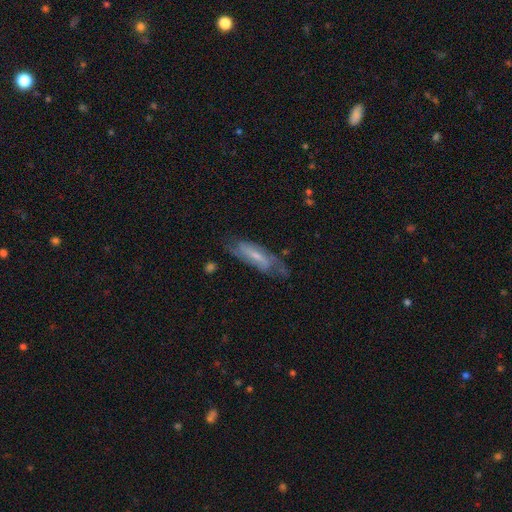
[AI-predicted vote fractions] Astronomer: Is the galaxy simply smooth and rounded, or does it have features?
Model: featured or disk — 69%.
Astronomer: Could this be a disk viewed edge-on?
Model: no — 79%.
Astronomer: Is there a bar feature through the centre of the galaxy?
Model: weak — 44% (runner-up: no, 28%).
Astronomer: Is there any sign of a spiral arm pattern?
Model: yes — 87%.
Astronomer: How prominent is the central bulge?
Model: small — 56%.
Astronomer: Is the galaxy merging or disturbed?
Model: none — 64%.